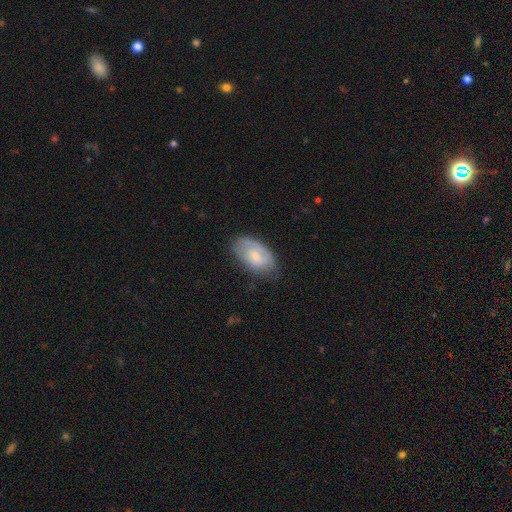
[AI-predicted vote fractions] Smooth or featured? smooth (59%)
How rounded? in between (93%)
Merging? none (63%)